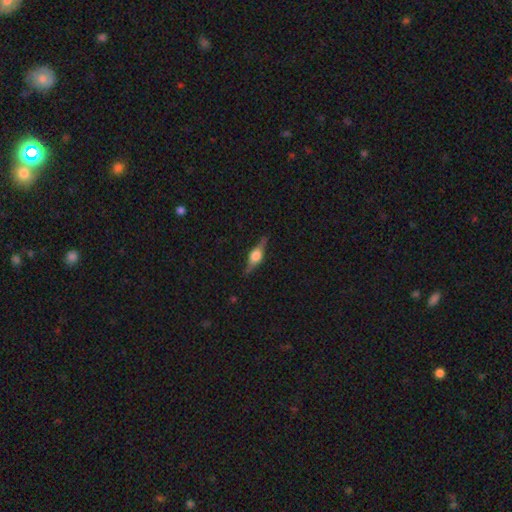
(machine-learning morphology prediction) type=featured or disk (75%); edge-on=yes (97%); edge-on bulge=rounded (89%); merging=none (88%).